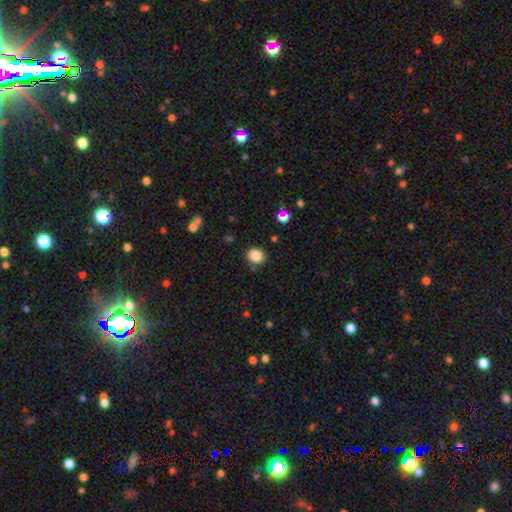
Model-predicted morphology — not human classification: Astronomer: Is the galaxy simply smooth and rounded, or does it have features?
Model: smooth — 84%.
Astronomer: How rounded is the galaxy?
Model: round — 68%.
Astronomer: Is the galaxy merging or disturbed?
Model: none — 82%.